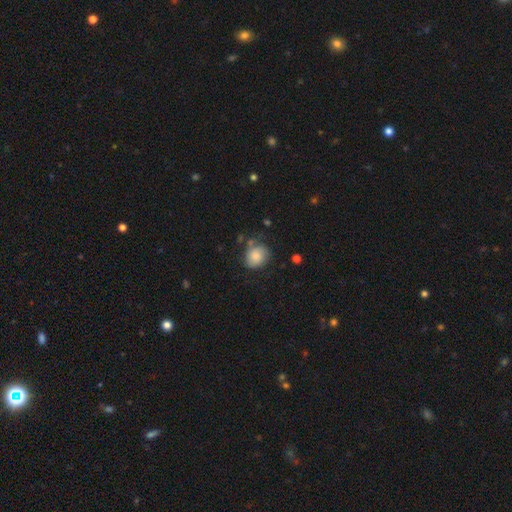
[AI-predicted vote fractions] This is likely a smooth galaxy (76%). How rounded: likely round (61%). Merging: possibly none (58%).